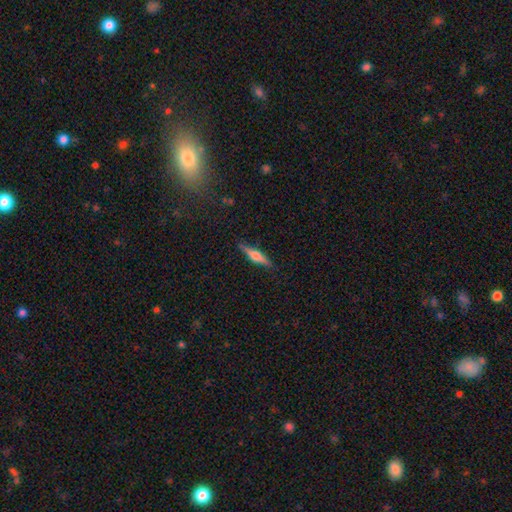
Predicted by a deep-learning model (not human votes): A featured or disk galaxy (52%) viewed edge-on (96%) with a rounded central bulge (82%). Merging: none (86%).